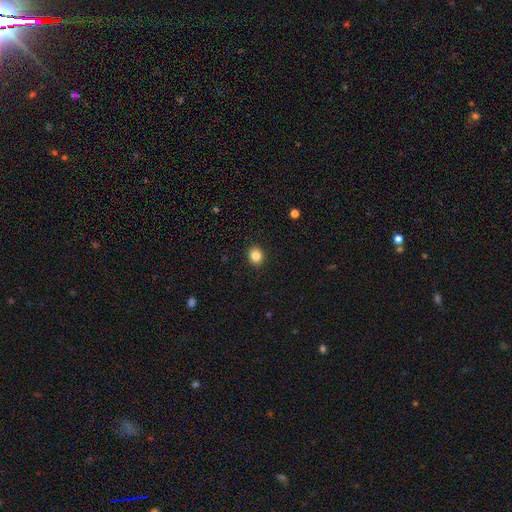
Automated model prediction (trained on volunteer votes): A smooth galaxy with no disk features (84%) that is round (75%). Merging: none (92%).